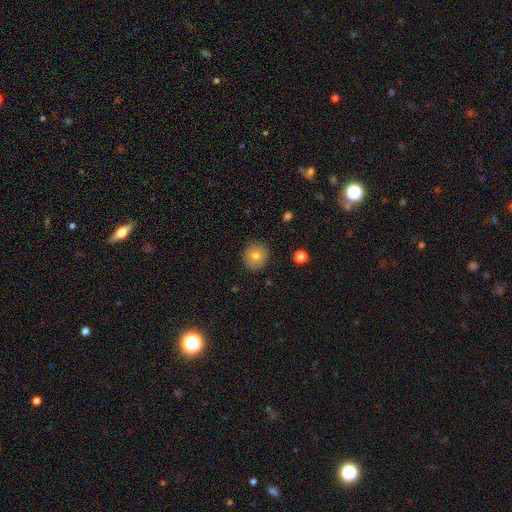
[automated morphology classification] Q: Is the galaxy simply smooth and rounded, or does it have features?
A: smooth — 74%.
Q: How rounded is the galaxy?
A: round — 89%.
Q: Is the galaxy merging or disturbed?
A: none — 89%.